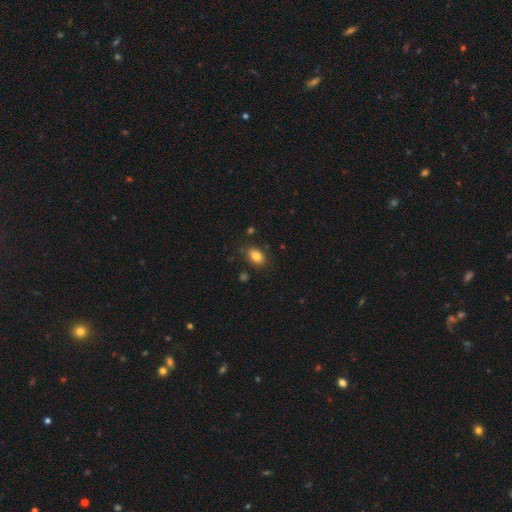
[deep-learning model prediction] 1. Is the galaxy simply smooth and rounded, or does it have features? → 83% smooth, 9% star or artifact, 7% featured or disk.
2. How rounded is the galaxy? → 82% in between, 17% round, 1% cigar-shaped.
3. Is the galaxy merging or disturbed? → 84% none, 11% minor disturbance, 3% major disturbance, 2% merger.